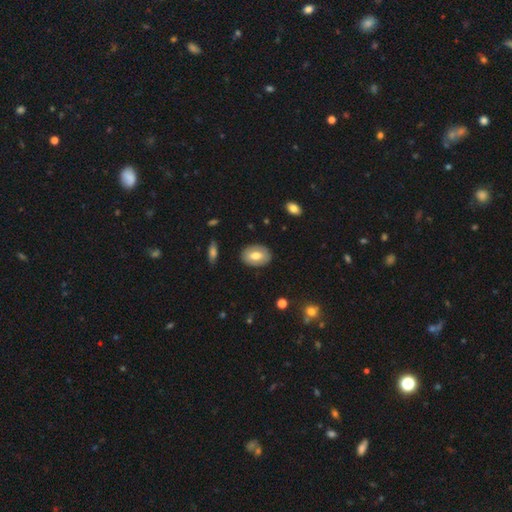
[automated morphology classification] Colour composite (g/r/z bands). It shows a smooth galaxy with no disk features (65%) that is in between round and cigar-shaped (82%). Merging: none (85%).